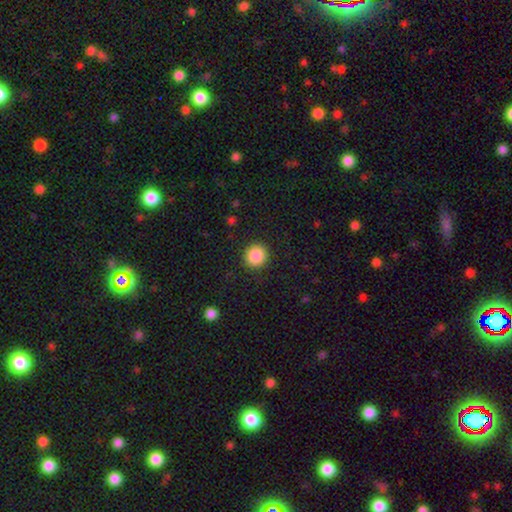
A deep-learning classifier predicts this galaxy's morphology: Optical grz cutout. It shows a smooth galaxy with no disk features (87%) that is round (90%). Merging: none (91%).